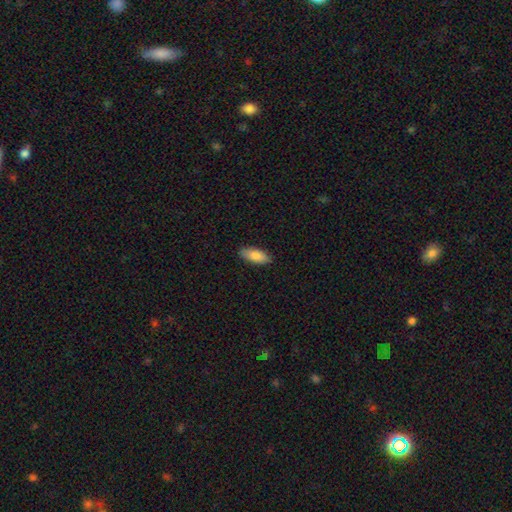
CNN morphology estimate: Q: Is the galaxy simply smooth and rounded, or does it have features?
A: smooth — 86%.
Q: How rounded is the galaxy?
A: in between — 76%.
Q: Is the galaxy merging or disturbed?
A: none — 88%.